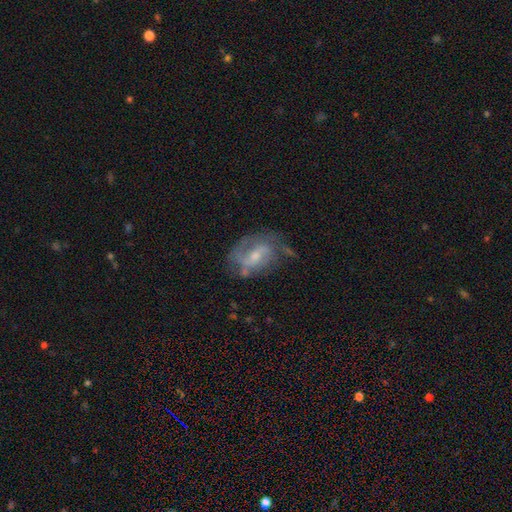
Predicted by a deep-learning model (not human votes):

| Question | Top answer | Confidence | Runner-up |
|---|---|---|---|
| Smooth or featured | featured or disk | 72% | smooth (21%) |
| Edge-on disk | no | 96% | yes (4%) |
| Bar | weak | 47% | no (40%) |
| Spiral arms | yes | 79% | no (21%) |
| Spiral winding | medium | 44% | tight (30%) |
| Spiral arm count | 2 | 48% | can't tell (27%) |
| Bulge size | small | 48% | moderate (43%) |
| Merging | none | 47% | minor disturbance (27%) |